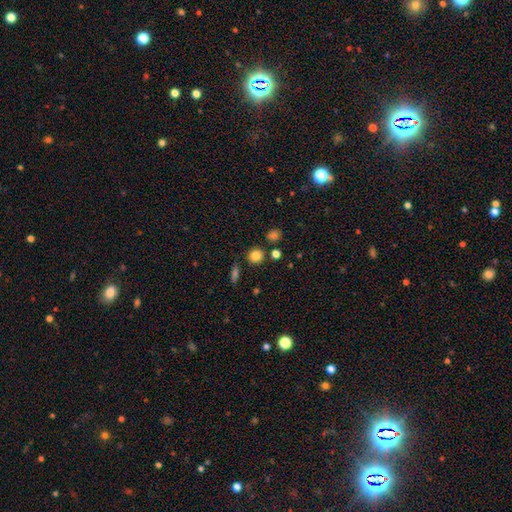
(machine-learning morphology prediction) This is clearly a smooth galaxy (83%). How rounded: clearly round (86%). Merging: clearly none (81%).